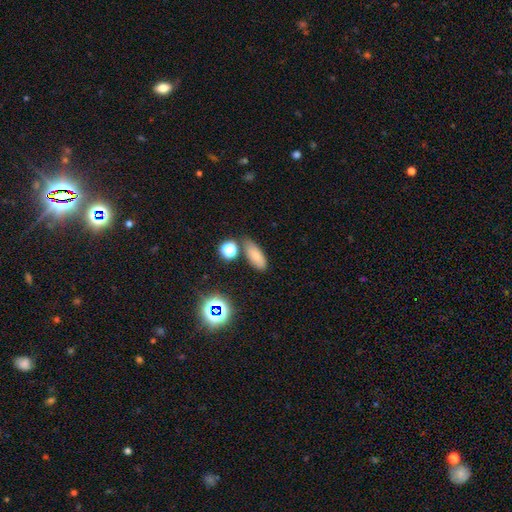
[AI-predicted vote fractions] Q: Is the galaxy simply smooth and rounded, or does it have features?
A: smooth — 76%.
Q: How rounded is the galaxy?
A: in between — 75%.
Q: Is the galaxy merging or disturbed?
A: none — 72%.